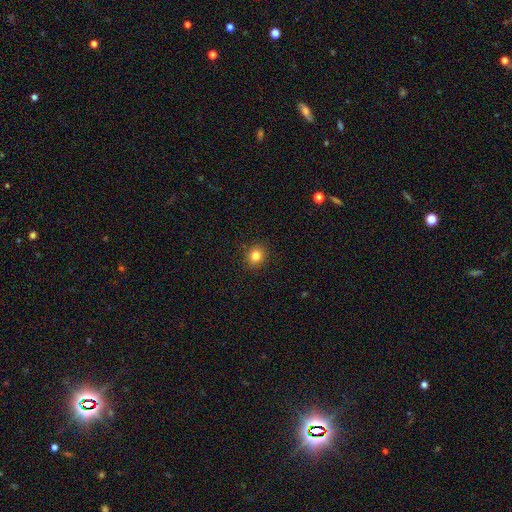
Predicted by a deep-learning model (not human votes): smooth 82%, star or artifact 12%, featured or disk 6%. Down the decision tree: how rounded — round (84%); merging — none (91%).